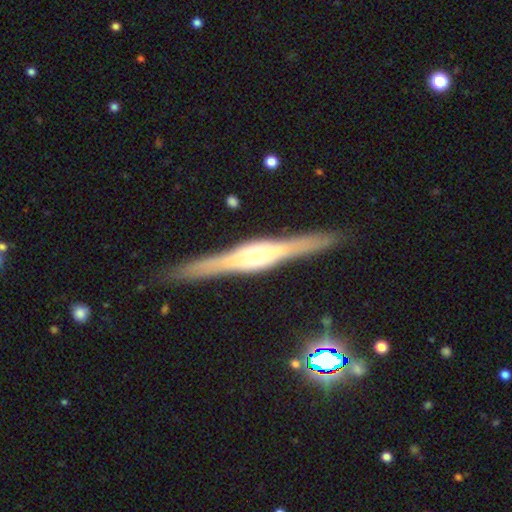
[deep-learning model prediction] A featured or disk galaxy (78%) viewed edge-on (97%) with a rounded central bulge (89%).

Vote fractions:
- Smooth or featured? featured or disk: 78% / smooth: 17% / star or artifact: 5%
- Edge-on disk? yes: 97% / no: 3%
- Edge-on bulge? rounded: 89% / boxy: 8% / none: 3%
- Merging? none: 87% / minor disturbance: 10% / major disturbance: 2% / merger: 1%